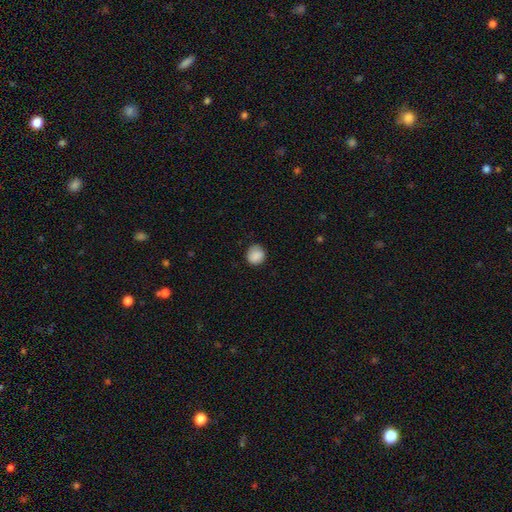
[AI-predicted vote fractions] smooth_or_featured: smooth (p=0.87) [alt: star or artifact p=0.08]
how_rounded: round (p=0.82) [alt: in between p=0.17]
merging: none (p=0.79) [alt: minor disturbance p=0.17]